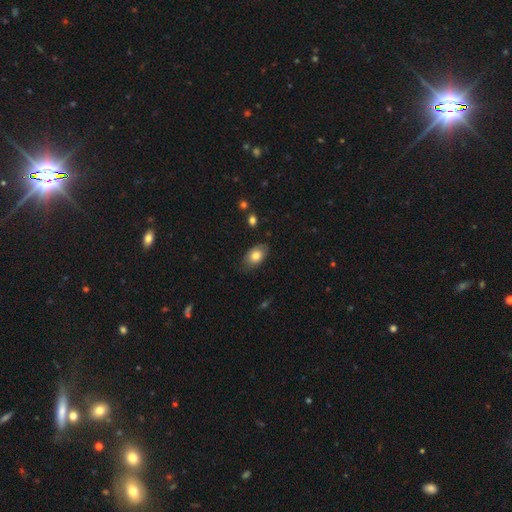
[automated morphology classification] smooth 75%, featured or disk 18%, star or artifact 7%. Down the decision tree: how rounded — in between (90%); merging — none (74%).